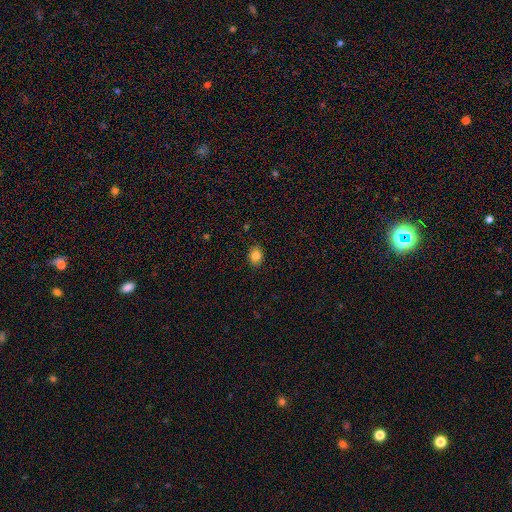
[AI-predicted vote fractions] This appears to be a smooth galaxy with no disk features (83%) that is round (50%). Merging: none (88%).